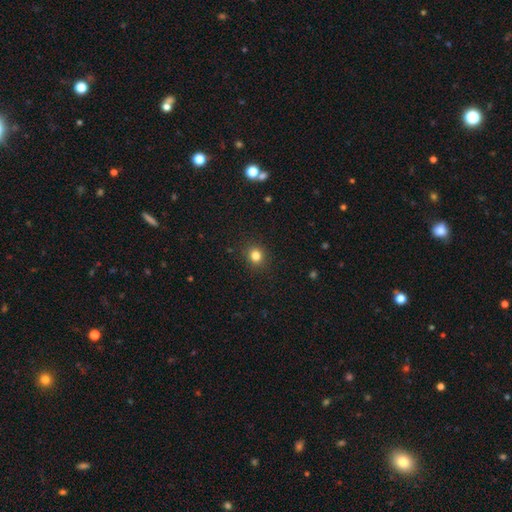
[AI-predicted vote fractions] Q: Smooth or featured?
A: smooth (82%); runner-up: star or artifact (13%)
Q: How rounded?
A: round (83%); runner-up: in between (16%)
Q: Merging?
A: none (89%); runner-up: minor disturbance (7%)